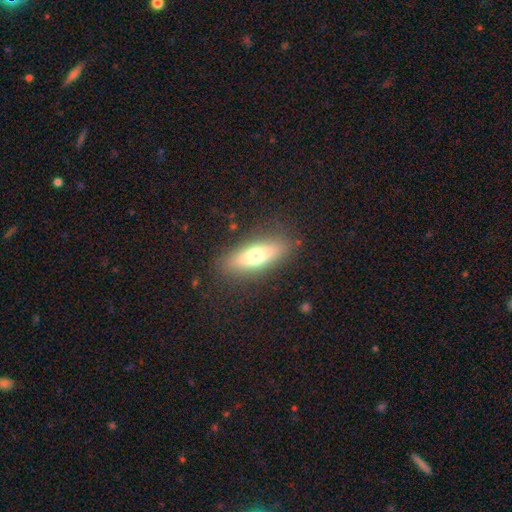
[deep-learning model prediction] A smooth galaxy with no disk features (64%) that is in between round and cigar-shaped (54%). Merging: none (86%).